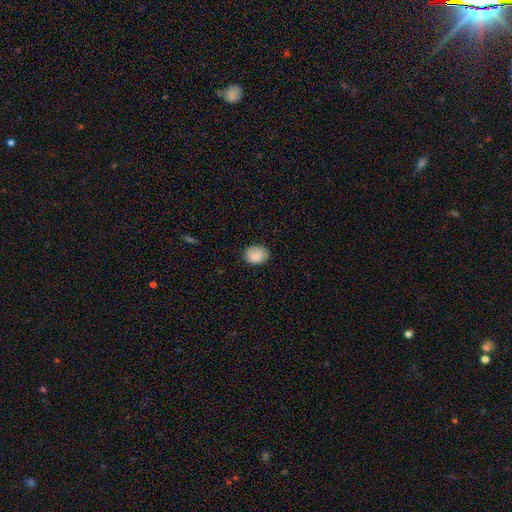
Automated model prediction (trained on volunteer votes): Smooth or featured: smooth — 88% (star or artifact — 7%)
How rounded: in between — 65% (round — 35%)
Merging: none — 84% (minor disturbance — 13%)